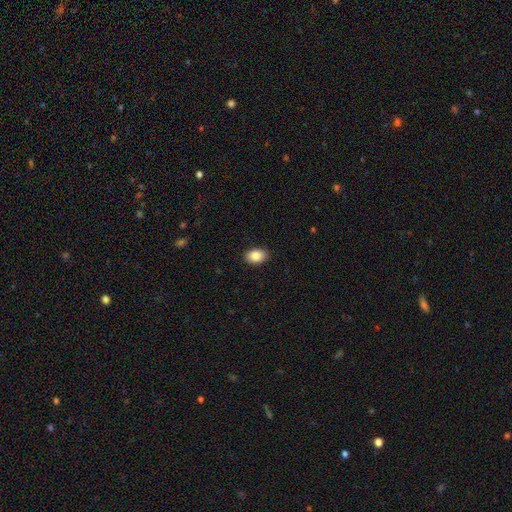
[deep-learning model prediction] The model was most divided on "how rounded": in between: 87%, round: 12%, cigar-shaped: 1%. More confident: merging — none (89%); smooth or featured — smooth (86%).